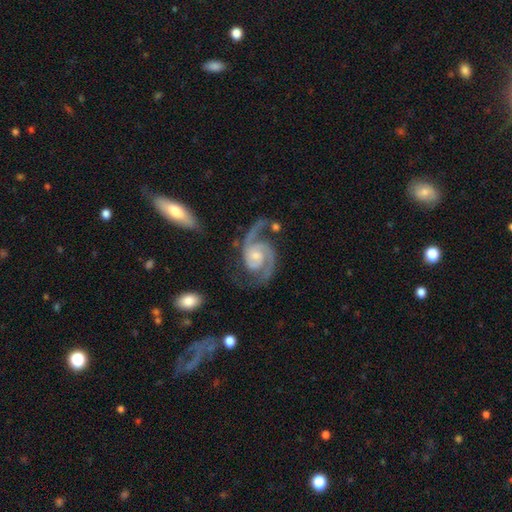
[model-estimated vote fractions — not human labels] This is clearly a featured or disk galaxy (93%). It is clearly not viewed edge-on (98%). Bar: possibly no (59%). Spiral arm pattern: clearly yes (98%). Spiral arm count: clearly 2 (89%). Spiral winding: possibly medium (55%). Central bulge: possibly small (45%). Merging: possibly none (60%).